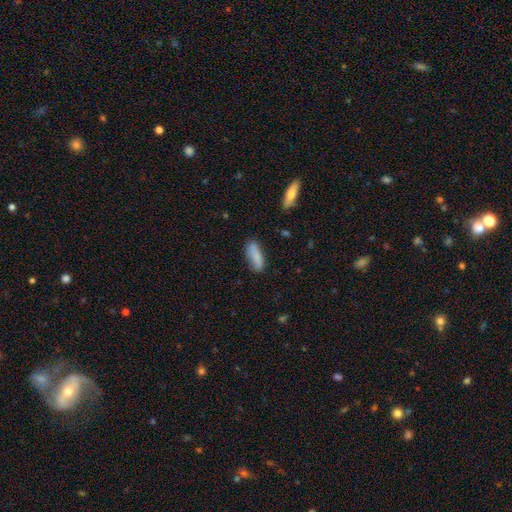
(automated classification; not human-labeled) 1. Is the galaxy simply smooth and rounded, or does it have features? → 84% smooth, 9% featured or disk, 6% star or artifact.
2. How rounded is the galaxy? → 55% in between, 43% cigar-shaped, 2% round.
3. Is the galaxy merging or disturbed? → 77% none, 17% minor disturbance, 4% major disturbance, 2% merger.